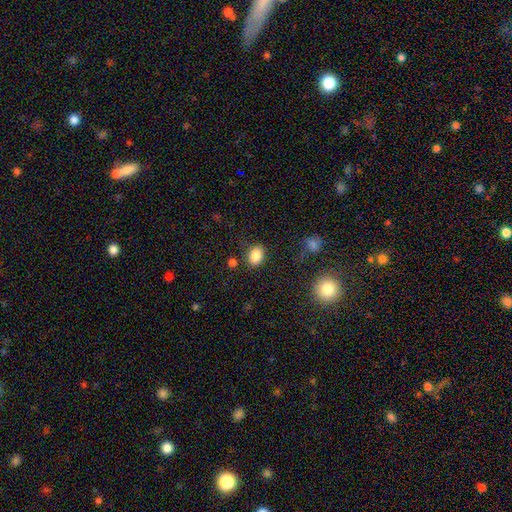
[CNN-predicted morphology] Smooth or featured? Predicted: smooth (p=0.86). How rounded? Predicted: in between (p=0.72). Merging? Predicted: none (p=0.81).